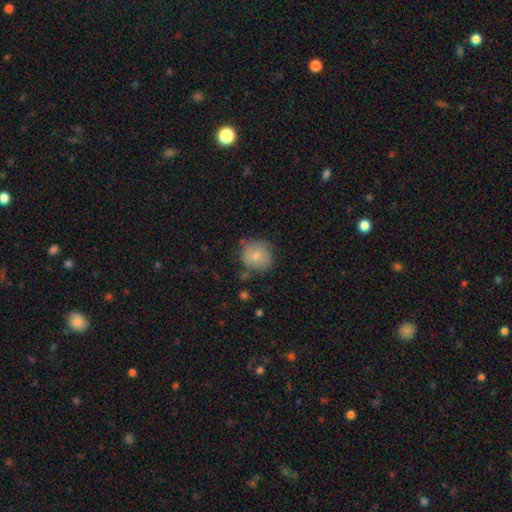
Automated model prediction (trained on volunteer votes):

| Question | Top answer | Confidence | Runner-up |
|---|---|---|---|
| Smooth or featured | smooth | 78% | featured or disk (15%) |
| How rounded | round | 85% | in between (14%) |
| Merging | none | 67% | minor disturbance (23%) |